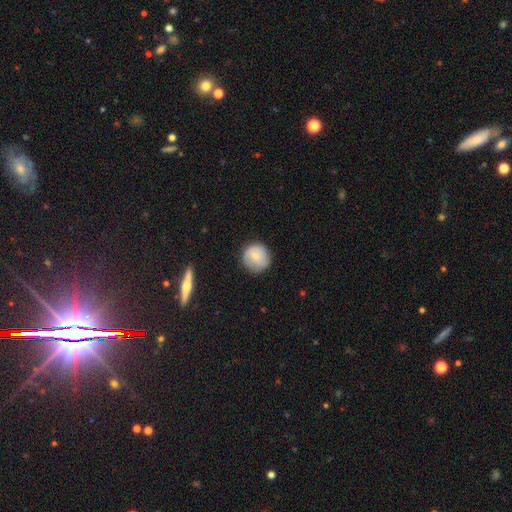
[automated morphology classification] Q: Smooth or featured?
A: smooth (64%); runner-up: featured or disk (29%)
Q: How rounded?
A: round (92%); runner-up: in between (7%)
Q: Merging?
A: none (80%); runner-up: minor disturbance (16%)